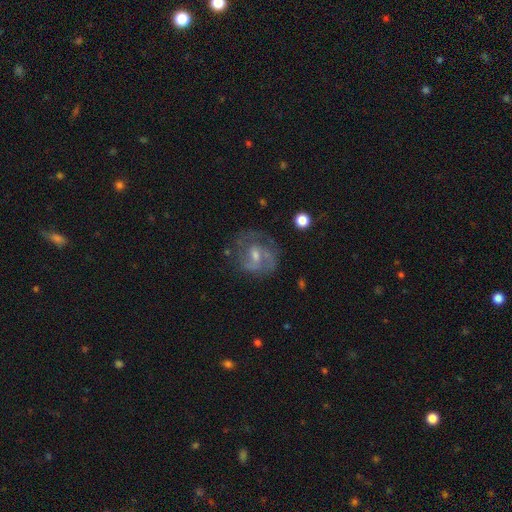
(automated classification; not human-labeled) A featured or disk galaxy (76%) with a weak bar (50%), 2 (55%) medium (47%) spiral arms (87%) and a moderate central bulge (47%). Merging: none (66%).